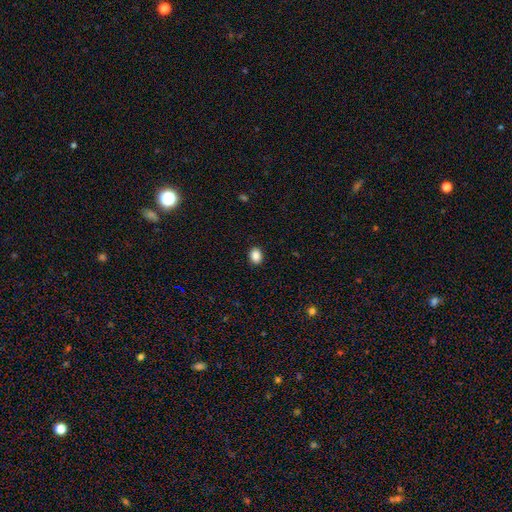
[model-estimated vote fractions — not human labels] Smooth or featured: smooth — 88% (star or artifact — 9%)
How rounded: in between — 57% (round — 42%)
Merging: none — 91% (minor disturbance — 7%)